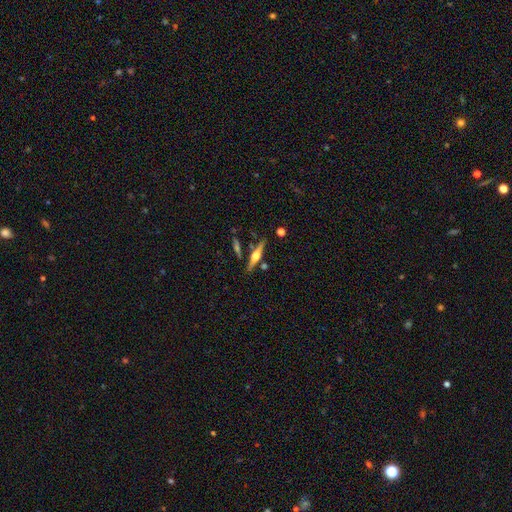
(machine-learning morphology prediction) Smooth or featured? Predicted: featured or disk (p=0.72). Edge-on disk? Predicted: yes (p=0.97). Edge-on bulge? Predicted: rounded (p=0.93). Merging? Predicted: none (p=0.80).